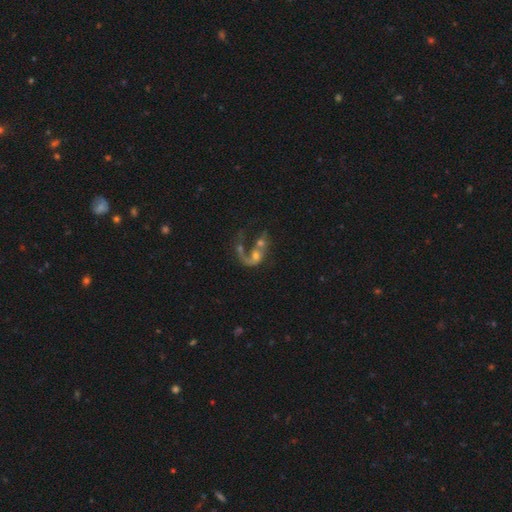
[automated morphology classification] type=featured or disk (67%); edge-on=no (97%); bar=no (72%); spiral arms=yes (69%); bulge=moderate (42%); merging=merger (51%).